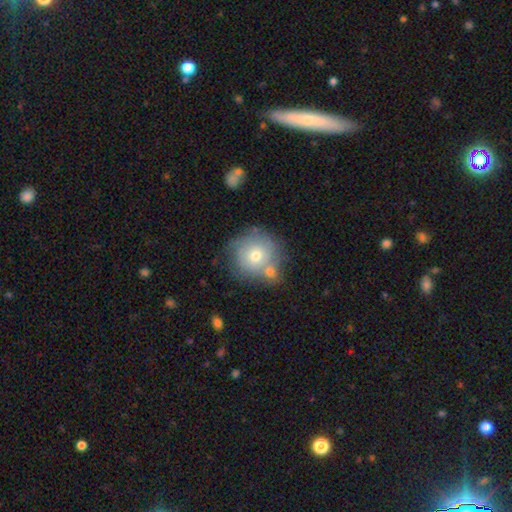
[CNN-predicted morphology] A smooth galaxy with no disk features (63%) that is round (92%). Merging: none (55%).